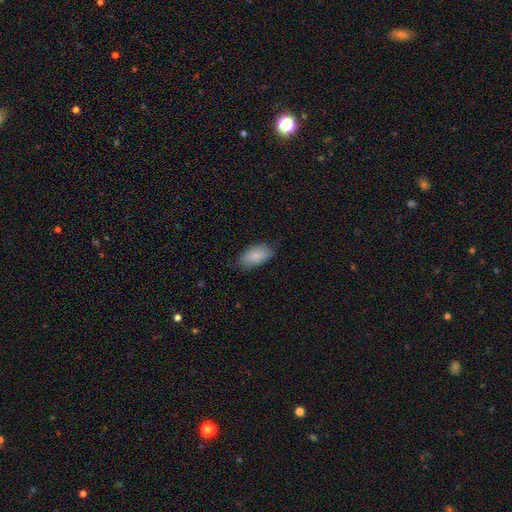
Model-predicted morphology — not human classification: smooth_or_featured: smooth (p=0.86) [alt: featured or disk p=0.08]
how_rounded: in between (p=0.92) [alt: cigar-shaped p=0.05]
merging: none (p=0.77) [alt: minor disturbance p=0.18]